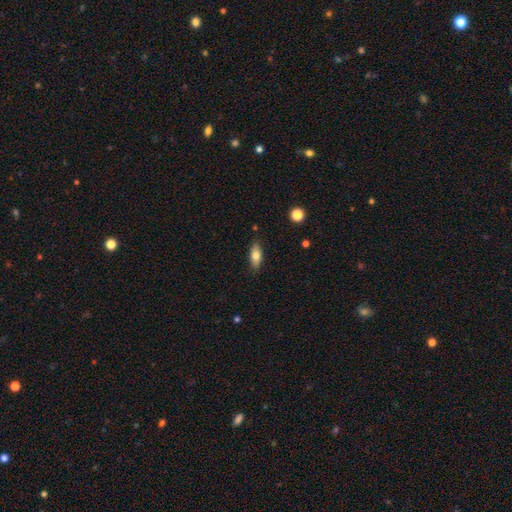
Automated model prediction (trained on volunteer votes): smooth 75%, featured or disk 18%, star or artifact 7%. Down the decision tree: how rounded — in between (79%); merging — none (85%).